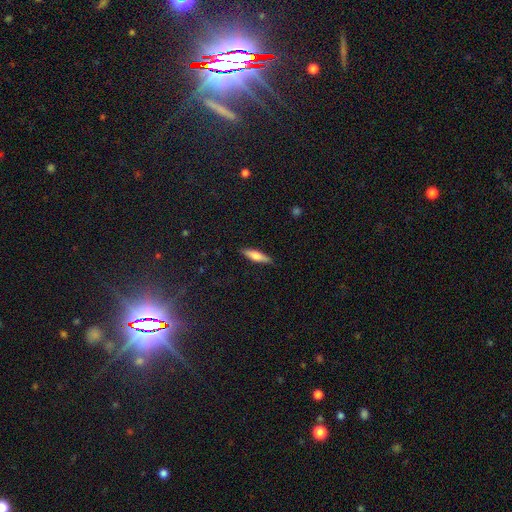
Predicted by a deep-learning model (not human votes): smooth-or-featured: smooth: 65% | featured or disk: 29% | star or artifact: 6%
  how-rounded: cigar-shaped: 70% | in between: 28% | round: 2%
  merging: none: 89% | minor disturbance: 8% | major disturbance: 2% | merger: 1%